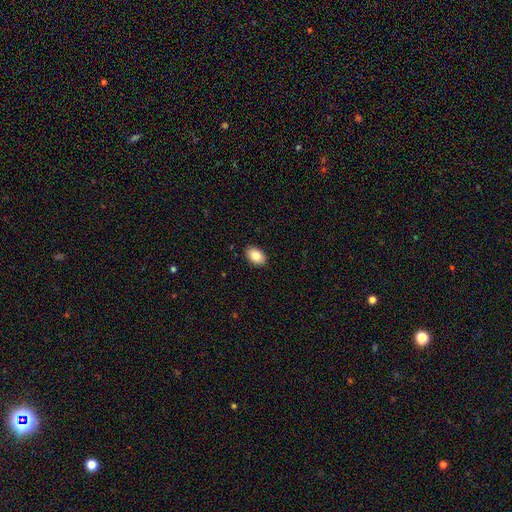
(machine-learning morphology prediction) Overall: smooth (84%). How rounded: in between (89%). Merging: none (90%).